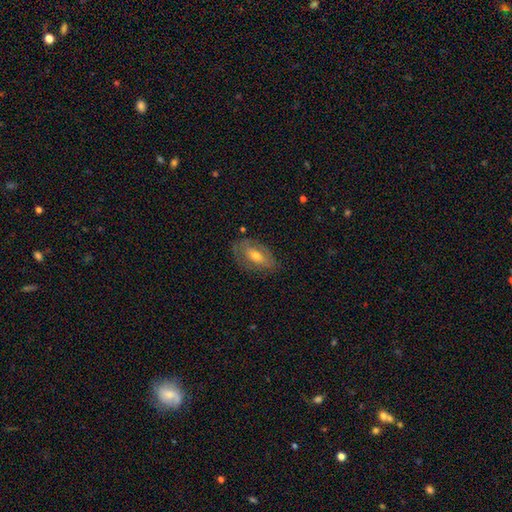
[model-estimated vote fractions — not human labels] A featured or disk galaxy (49%).

Vote fractions:
- Smooth or featured? featured or disk: 49% / smooth: 44% / star or artifact: 7%
- Merging? none: 71% / minor disturbance: 20% / major disturbance: 7% / merger: 2%